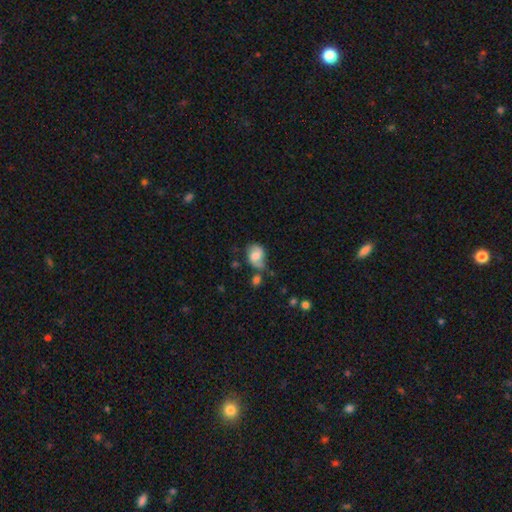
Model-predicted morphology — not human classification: type=smooth (57%); roundness=in between (63%); merging=none (44%).